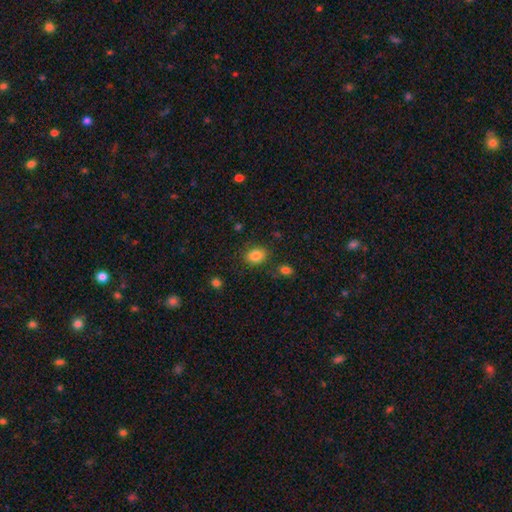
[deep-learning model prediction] smooth_or_featured: smooth (p=0.85) [alt: star or artifact p=0.10]
how_rounded: in between (p=0.60) [alt: round p=0.39]
merging: none (p=0.81) [alt: minor disturbance p=0.12]